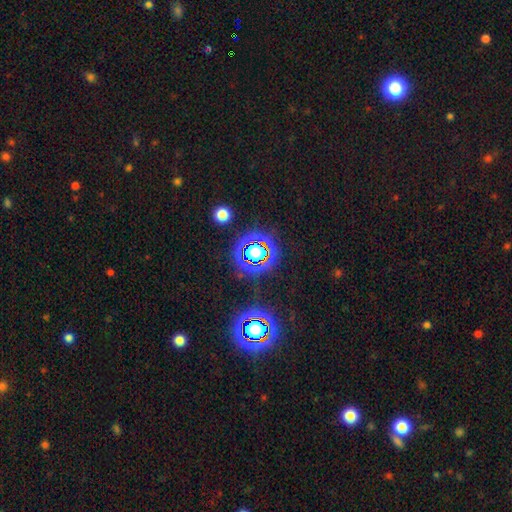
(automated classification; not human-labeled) smooth-or-featured: star or artifact: 78% | smooth: 14% | featured or disk: 8%